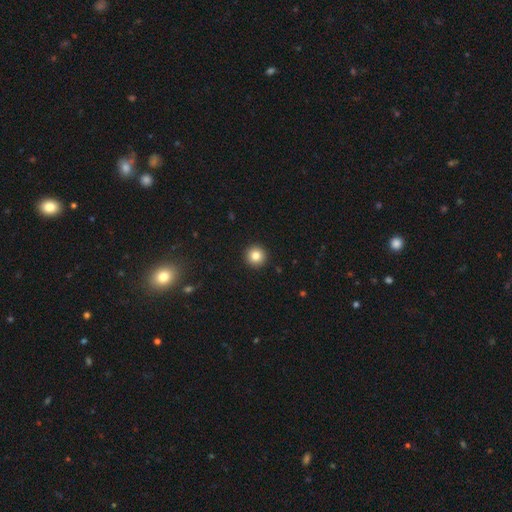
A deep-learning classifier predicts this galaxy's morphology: This is clearly a smooth galaxy (83%). How rounded: clearly round (96%). Merging: clearly none (93%).